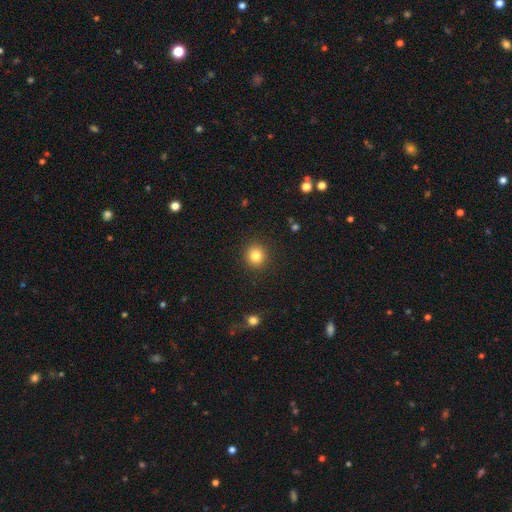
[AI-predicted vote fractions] Smooth or featured: smooth — 83% (star or artifact — 11%)
How rounded: round — 90% (in between — 9%)
Merging: none — 91% (minor disturbance — 6%)